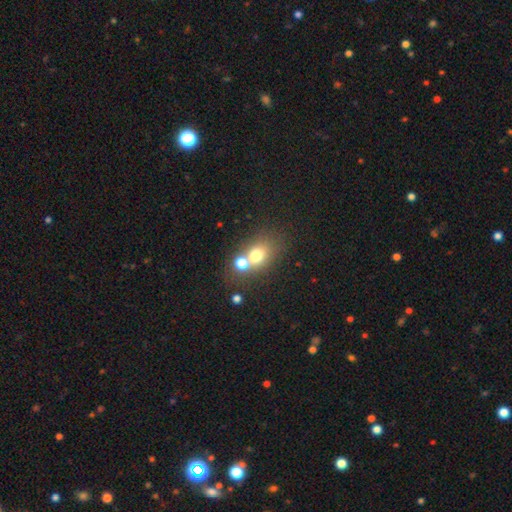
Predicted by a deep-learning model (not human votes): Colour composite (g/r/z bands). It shows a smooth galaxy with no disk features (68%) that is in between round and cigar-shaped (52%). Merging: merger (49%).